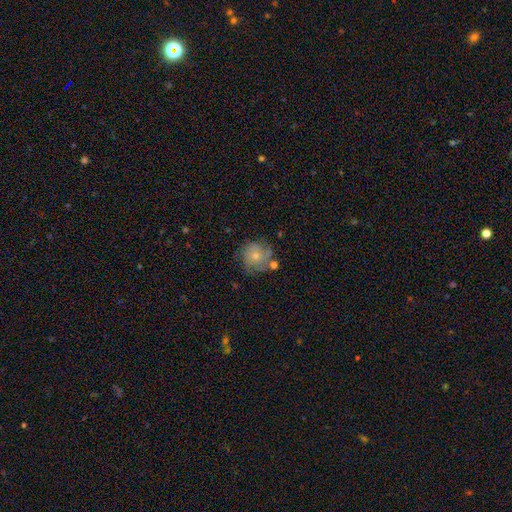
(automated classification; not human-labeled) A smooth galaxy with no disk features (50%) that is round (88%).

Vote fractions:
- Smooth or featured? smooth: 50% / featured or disk: 41% / star or artifact: 9%
- How rounded? round: 88% / in between: 11% / cigar-shaped: 1%
- Merging? none: 59% / minor disturbance: 21% / major disturbance: 10% / merger: 9%